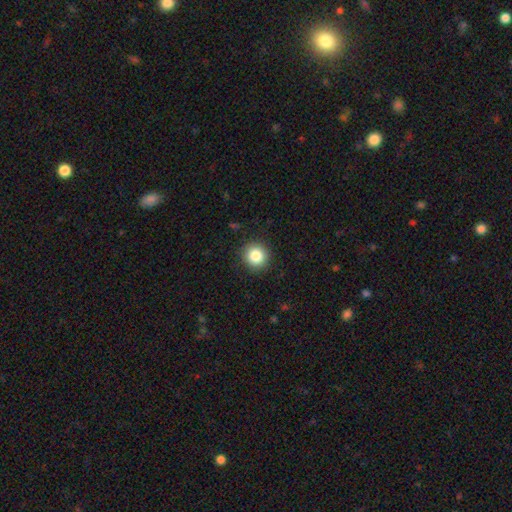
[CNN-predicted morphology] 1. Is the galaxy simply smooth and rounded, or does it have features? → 85% smooth, 10% star or artifact, 5% featured or disk.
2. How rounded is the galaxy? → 92% round, 7% in between, 1% cigar-shaped.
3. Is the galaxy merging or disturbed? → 91% none, 6% minor disturbance, 2% major disturbance, 1% merger.